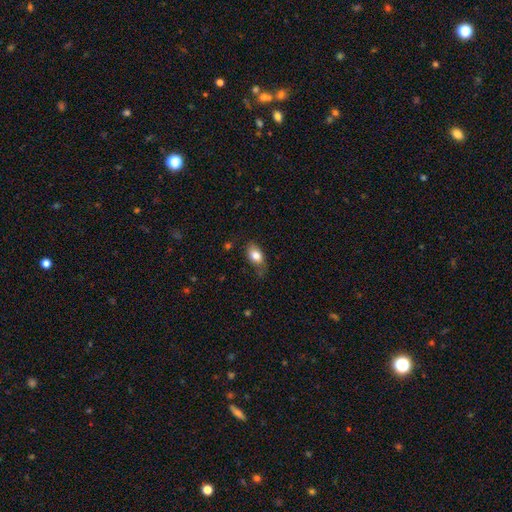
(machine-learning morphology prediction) smooth_or_featured: smooth (p=0.79) [alt: featured or disk p=0.13]
how_rounded: in between (p=0.88) [alt: round p=0.09]
merging: none (p=0.62) [alt: minor disturbance p=0.28]